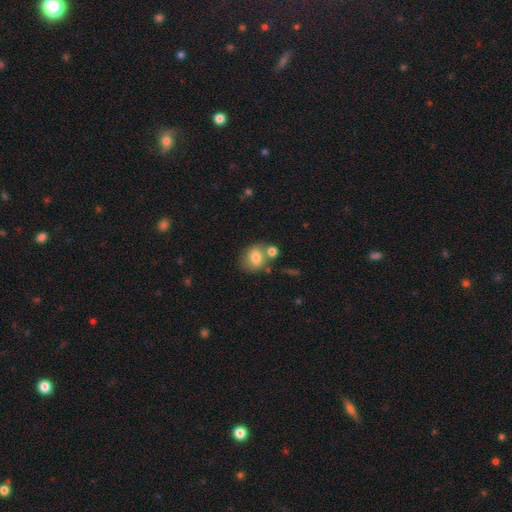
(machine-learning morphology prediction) Smooth or featured?
  - smooth: 75% *
  - featured or disk: 16%
  - star or artifact: 9%
How rounded?
  - round: 61% *
  - in between: 38%
  - cigar-shaped: 1%
Merging?
  - none: 53% *
  - merger: 27%
  - minor disturbance: 15%
  - major disturbance: 5%